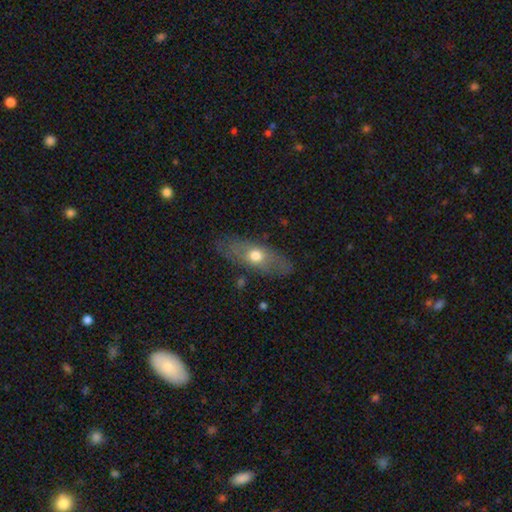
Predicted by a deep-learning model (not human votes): Q: Smooth or featured?
A: smooth (55%); runner-up: featured or disk (38%)
Q: How rounded?
A: in between (68%); runner-up: cigar-shaped (25%)
Q: Merging?
A: none (79%); runner-up: minor disturbance (15%)